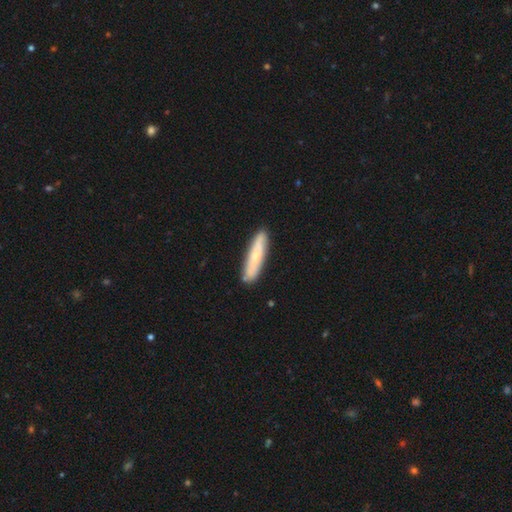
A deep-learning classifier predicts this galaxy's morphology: smooth-or-featured: smooth: 59% | featured or disk: 35% | star or artifact: 5%
  how-rounded: cigar-shaped: 83% | in between: 16% | round: 2%
  merging: none: 87% | minor disturbance: 10% | merger: 2% | major disturbance: 2%